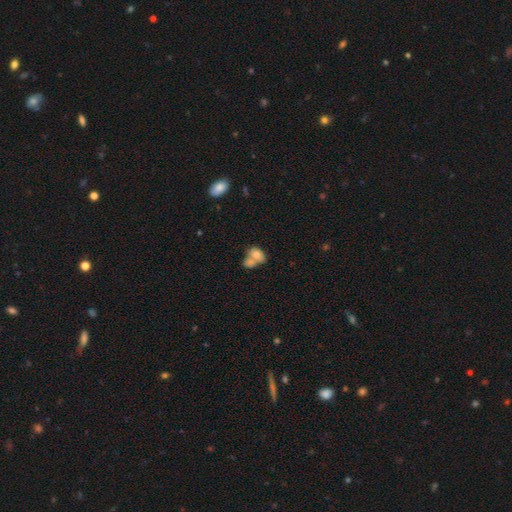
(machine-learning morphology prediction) Smooth or featured? Predicted: smooth (p=0.72). How rounded? Predicted: in between (p=0.66). Merging? Predicted: merger (p=0.58).